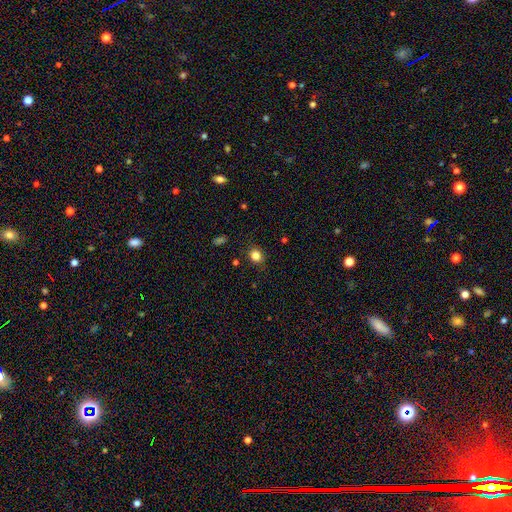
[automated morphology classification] Smooth or featured? Predicted: smooth (p=0.83). How rounded? Predicted: round (p=0.69). Merging? Predicted: none (p=0.86).